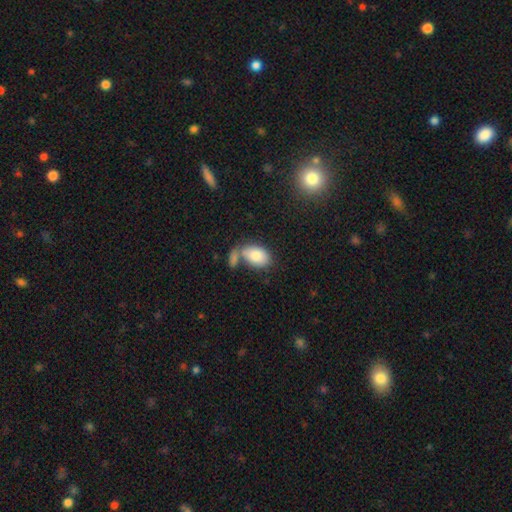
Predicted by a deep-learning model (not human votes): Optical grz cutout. It shows a smooth galaxy with no disk features (81%) that is in between round and cigar-shaped (91%). Merging: none (48%).